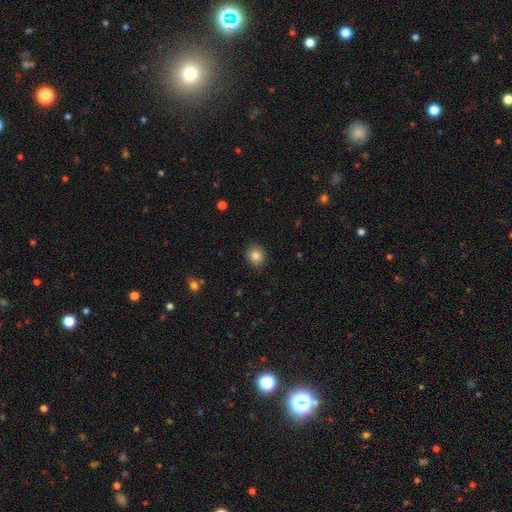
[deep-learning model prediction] Smooth or featured: smooth — 84% (star or artifact — 9%)
How rounded: round — 68% (in between — 31%)
Merging: none — 87% (minor disturbance — 9%)